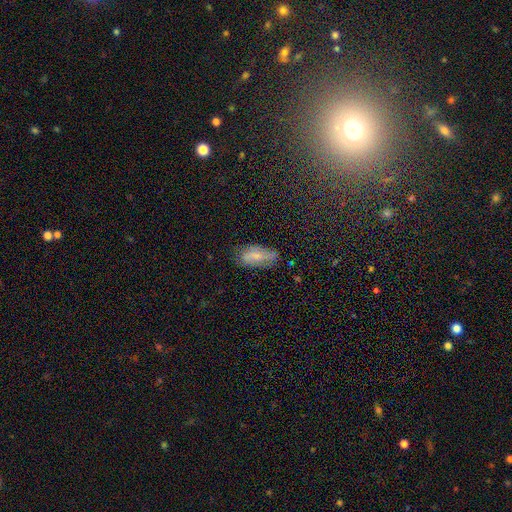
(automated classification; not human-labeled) Smooth or featured? Predicted: smooth (p=0.59). How rounded? Predicted: in between (p=0.83). Merging? Predicted: none (p=0.63).